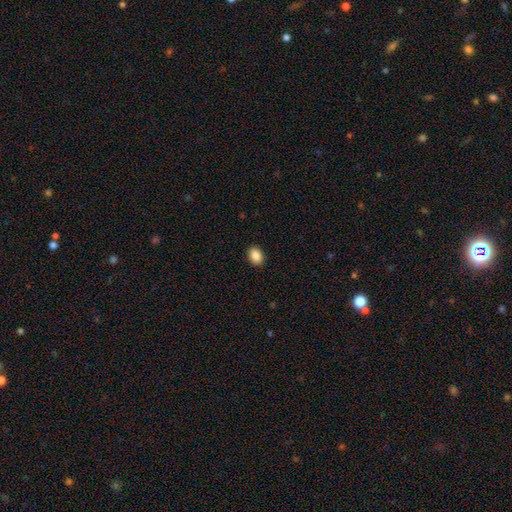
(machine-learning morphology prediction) This appears to be a smooth galaxy with no disk features (89%) that is in between round and cigar-shaped (76%). Merging: none (91%).